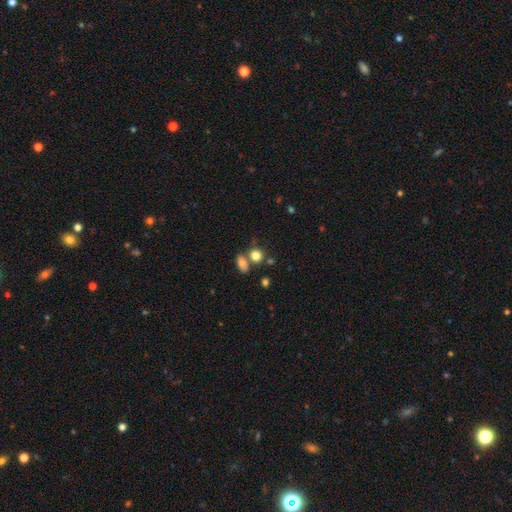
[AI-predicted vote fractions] Q: Smooth or featured?
A: smooth (82%); runner-up: star or artifact (11%)
Q: How rounded?
A: round (66%); runner-up: in between (33%)
Q: Merging?
A: none (54%); runner-up: merger (30%)